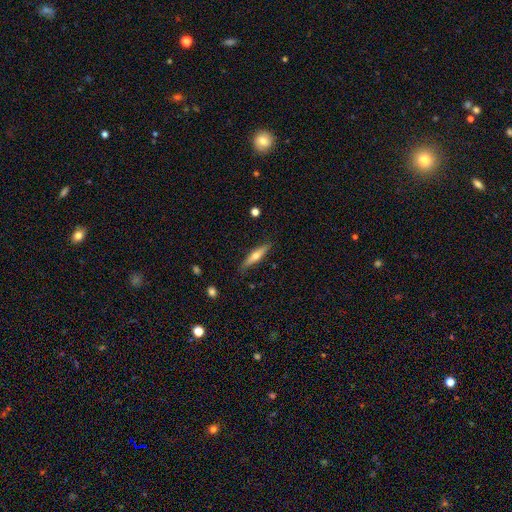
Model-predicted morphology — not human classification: Smooth or featured? smooth (49%)
Merging? none (83%)